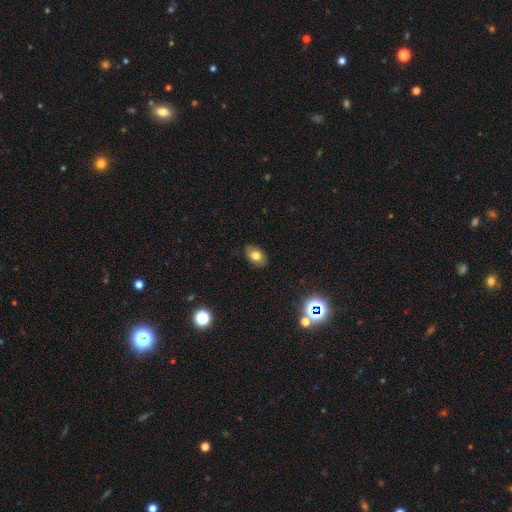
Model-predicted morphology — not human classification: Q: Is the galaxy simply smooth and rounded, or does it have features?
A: smooth — 76%.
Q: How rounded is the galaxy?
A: in between — 83%.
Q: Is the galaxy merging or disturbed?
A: none — 87%.